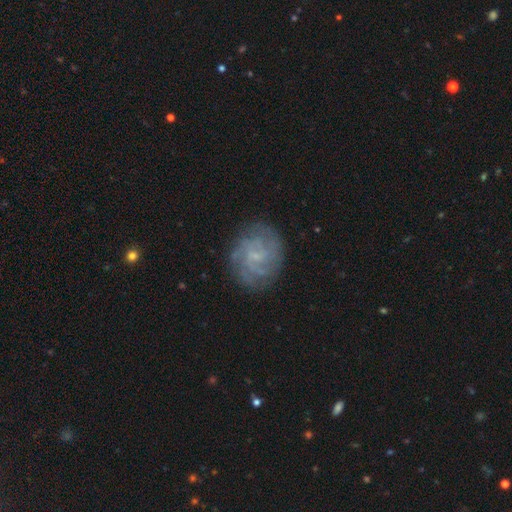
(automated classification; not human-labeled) Q: Smooth or featured?
A: featured or disk (77%); runner-up: smooth (15%)
Q: Edge-on disk?
A: no (98%); runner-up: yes (2%)
Q: Bar?
A: weak (48%); runner-up: no (44%)
Q: Spiral arms?
A: yes (93%); runner-up: no (7%)
Q: Spiral winding?
A: tight (56%); runner-up: medium (34%)
Q: Spiral arm count?
A: can't tell (36%); runner-up: 3 (18%)
Q: Bulge size?
A: small (59%); runner-up: none (25%)
Q: Merging?
A: none (80%); runner-up: minor disturbance (13%)